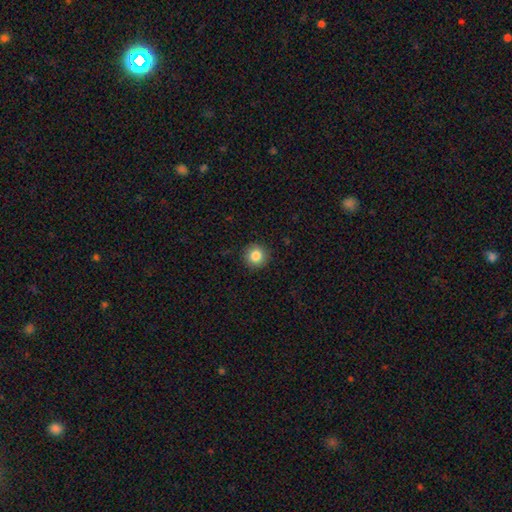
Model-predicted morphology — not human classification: A smooth galaxy with no disk features (84%) that is round (94%). Merging: none (91%).